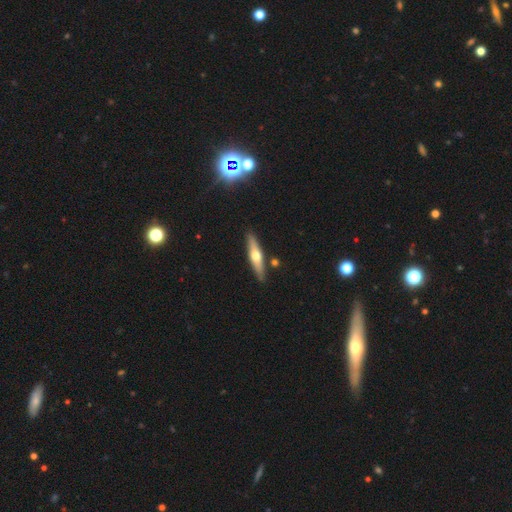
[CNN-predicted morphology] This appears to be a featured or disk galaxy (53%) viewed edge-on (91%). Merging: none (87%).